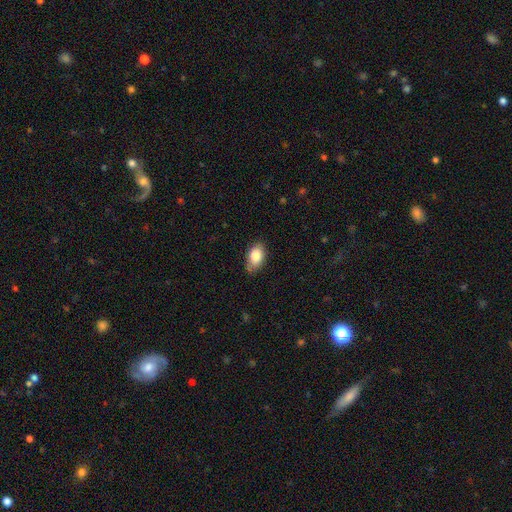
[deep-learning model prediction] The model was most divided on "merging": none: 77%, minor disturbance: 19%, major disturbance: 3%, merger: 1%. More confident: how rounded — in between (90%); smooth or featured — smooth (83%).